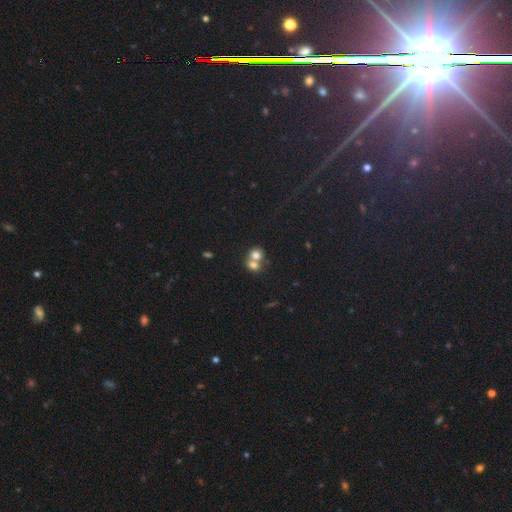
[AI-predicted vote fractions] Morphology: type=smooth (73%); roundness=round (67%); merging=merger (65%).